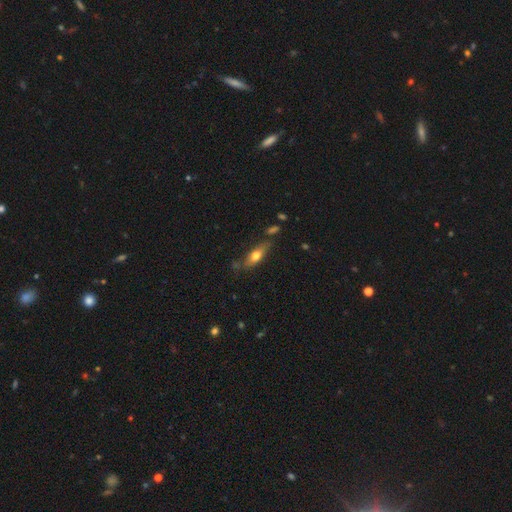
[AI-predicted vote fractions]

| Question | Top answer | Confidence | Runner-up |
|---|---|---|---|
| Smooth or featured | smooth | 59% | featured or disk (34%) |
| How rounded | in between | 53% | cigar-shaped (44%) |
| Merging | none | 67% | minor disturbance (21%) |